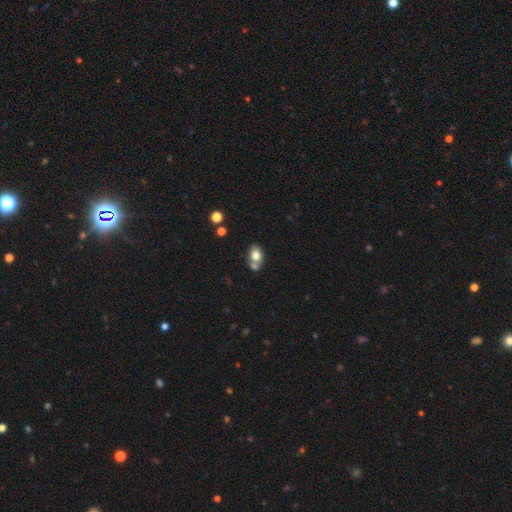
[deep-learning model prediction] Smooth or featured? Predicted: smooth (p=0.75). How rounded? Predicted: in between (p=0.74). Merging? Predicted: none (p=0.46).